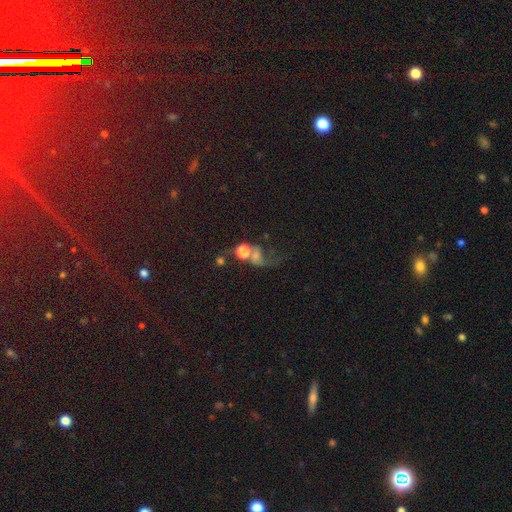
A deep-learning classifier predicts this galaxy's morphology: Q: Smooth or featured?
A: smooth (39%); runner-up: featured or disk (36%)
Q: Merging?
A: merger (33%); runner-up: major disturbance (32%)